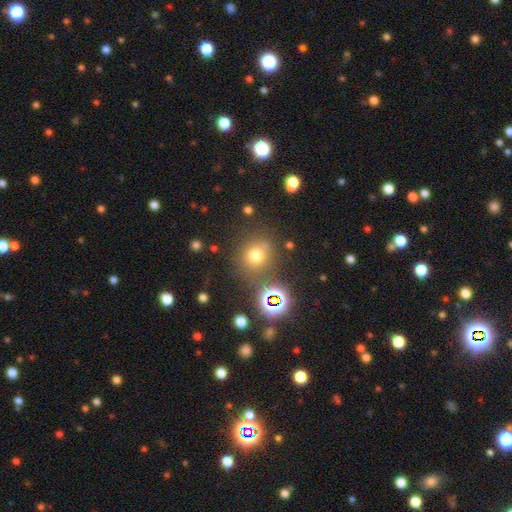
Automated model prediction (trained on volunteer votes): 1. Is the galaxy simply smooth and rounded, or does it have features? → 67% smooth, 24% star or artifact, 9% featured or disk.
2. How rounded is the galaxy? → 83% round, 16% in between, 1% cigar-shaped.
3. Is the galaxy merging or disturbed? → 75% none, 12% minor disturbance, 7% merger, 6% major disturbance.